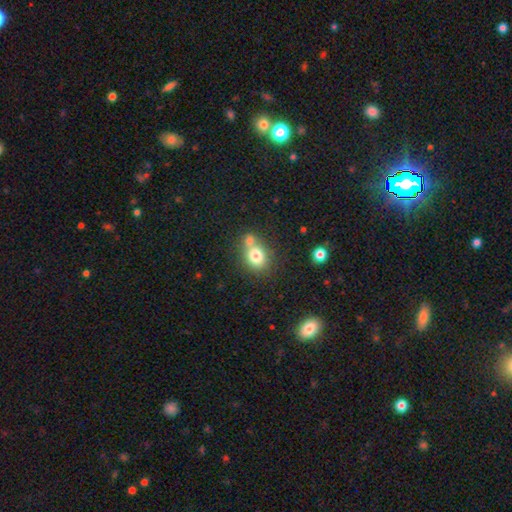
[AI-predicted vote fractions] smooth-or-featured: smooth: 77% | featured or disk: 12% | star or artifact: 11%
  how-rounded: round: 56% | in between: 43% | cigar-shaped: 1%
  merging: none: 46% | merger: 39% | minor disturbance: 11% | major disturbance: 4%